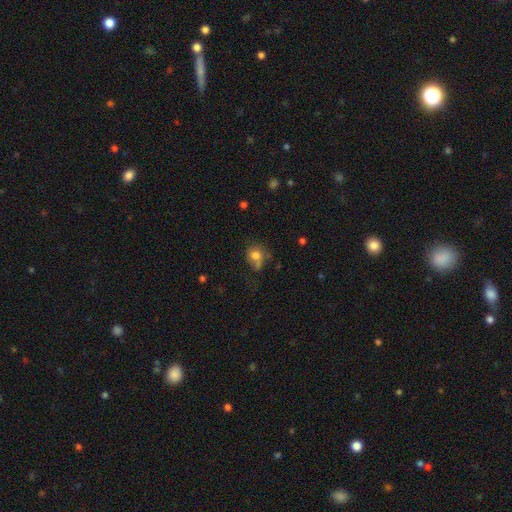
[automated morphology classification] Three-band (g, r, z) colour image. It shows a smooth galaxy with no disk features (76%) that is round (67%). Merging: none (47%).